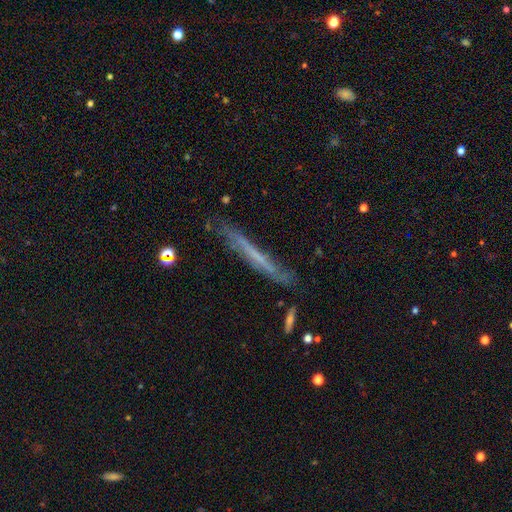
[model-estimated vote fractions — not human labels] Smooth or featured?
  - featured or disk: 52% *
  - smooth: 39%
  - star or artifact: 9%
Edge-on disk?
  - yes: 86% *
  - no: 14%
Merging?
  - none: 71% *
  - minor disturbance: 21%
  - major disturbance: 5%
  - merger: 3%